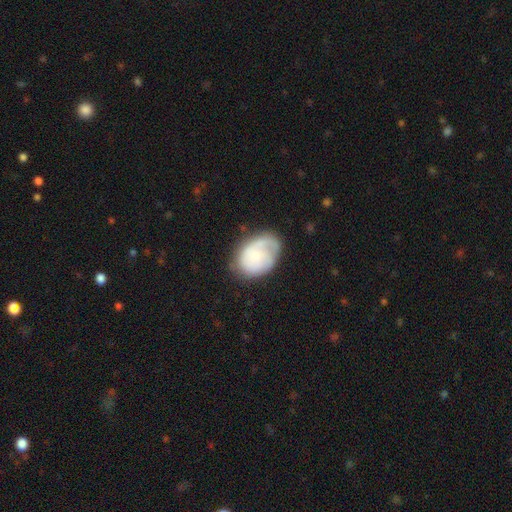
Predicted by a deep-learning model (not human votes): This is possibly a featured or disk galaxy (48%). Merging: possibly none (56%).